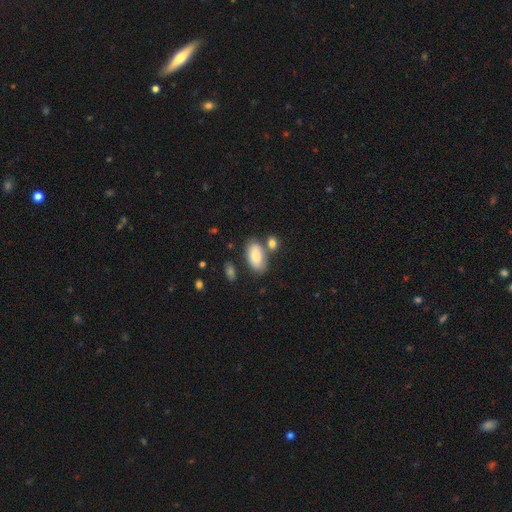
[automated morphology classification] Smooth or featured? Predicted: smooth (p=0.82). How rounded? Predicted: in between (p=0.92). Merging? Predicted: none (p=0.64).